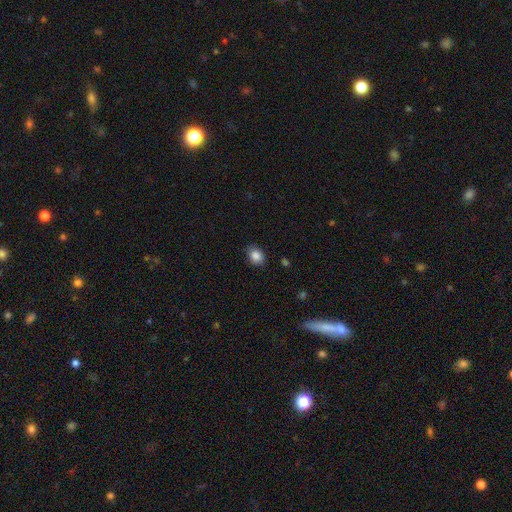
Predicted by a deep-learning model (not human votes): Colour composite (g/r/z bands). It shows a smooth galaxy with no disk features (87%) that is in between round and cigar-shaped (62%). Merging: none (83%).